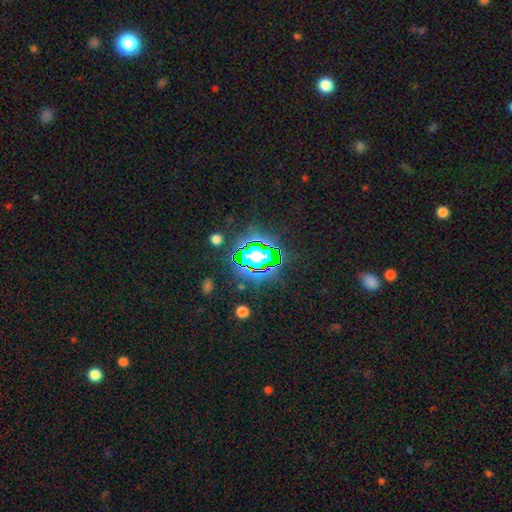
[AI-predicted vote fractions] Smooth or featured: star or artifact — 81% (smooth — 12%)